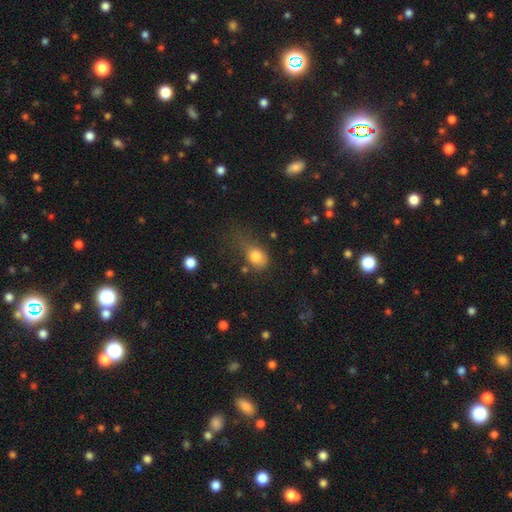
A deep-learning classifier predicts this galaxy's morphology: Smooth or featured? Predicted: smooth (p=0.81). How rounded? Predicted: in between (p=0.58). Merging? Predicted: minor disturbance (p=0.32, tied with none).